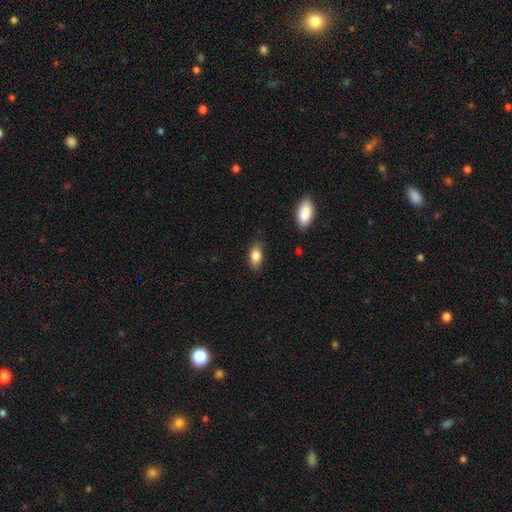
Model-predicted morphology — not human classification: smooth-or-featured: smooth: 84% | featured or disk: 8% | star or artifact: 8%
  how-rounded: in between: 90% | round: 6% | cigar-shaped: 5%
  merging: none: 78% | minor disturbance: 17% | major disturbance: 3% | merger: 2%